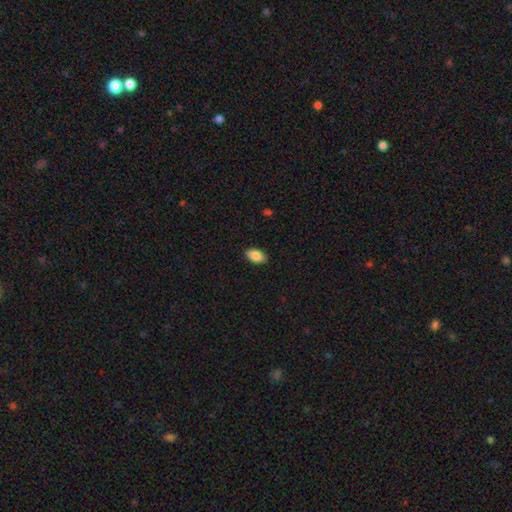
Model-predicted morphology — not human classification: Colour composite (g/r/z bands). It shows a smooth galaxy with no disk features (85%) that is in between round and cigar-shaped (92%). Merging: none (89%).